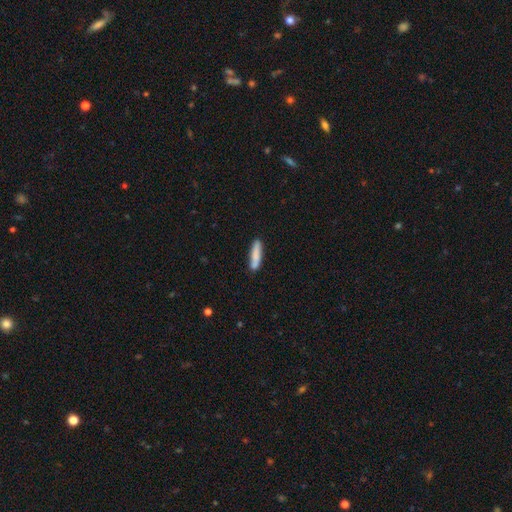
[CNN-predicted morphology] Smooth or featured? Predicted: smooth (p=0.82). How rounded? Predicted: cigar-shaped (p=0.80). Merging? Predicted: none (p=0.80).